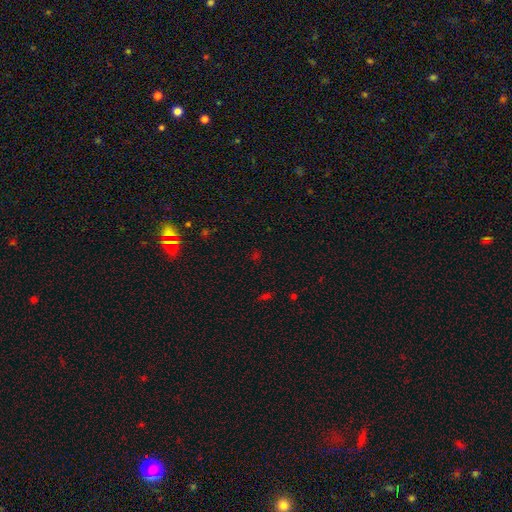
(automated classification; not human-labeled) Morphology: type=star or artifact (58%).